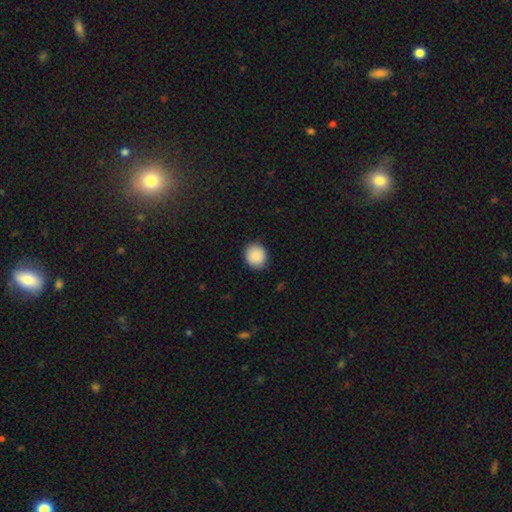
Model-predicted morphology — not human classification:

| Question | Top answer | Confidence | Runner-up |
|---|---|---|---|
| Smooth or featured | smooth | 90% | star or artifact (7%) |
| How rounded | round | 82% | in between (17%) |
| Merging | none | 90% | minor disturbance (7%) |